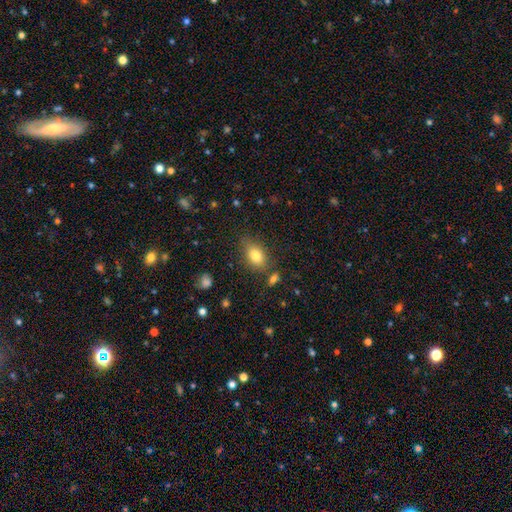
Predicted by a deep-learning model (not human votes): Q: Smooth or featured?
A: smooth (80%); runner-up: featured or disk (10%)
Q: How rounded?
A: in between (83%); runner-up: round (15%)
Q: Merging?
A: none (72%); runner-up: minor disturbance (17%)